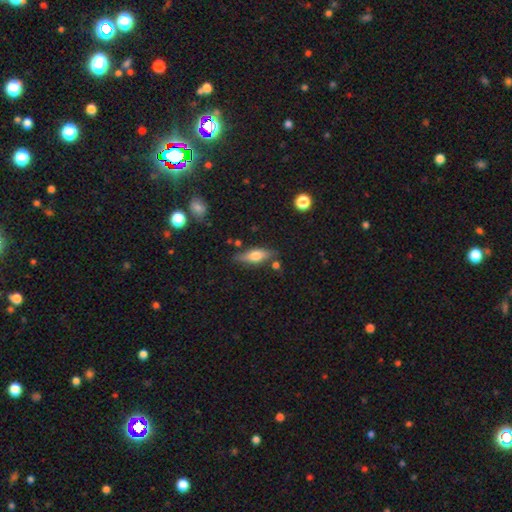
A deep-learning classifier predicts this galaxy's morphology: This appears to be a smooth galaxy with no disk features (54%) that is in between round and cigar-shaped (55%). Merging: none (79%).